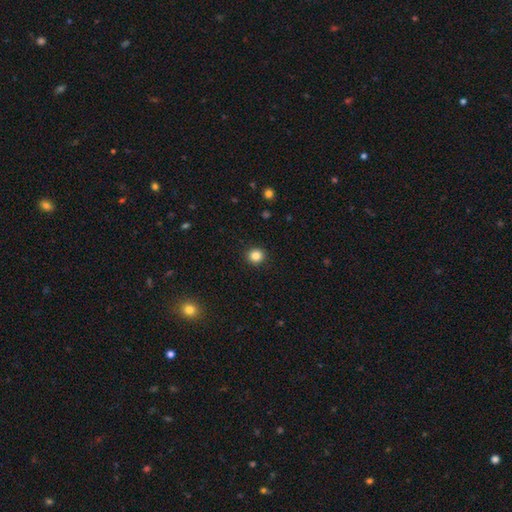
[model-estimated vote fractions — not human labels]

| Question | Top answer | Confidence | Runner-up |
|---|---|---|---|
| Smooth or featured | smooth | 85% | star or artifact (11%) |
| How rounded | round | 90% | in between (9%) |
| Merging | none | 92% | minor disturbance (5%) |